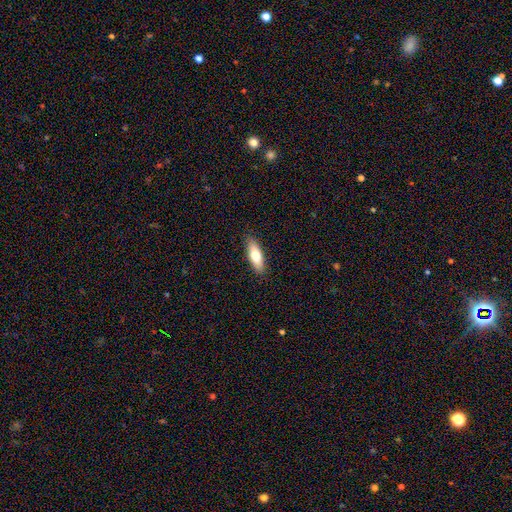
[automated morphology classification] A smooth galaxy with no disk features (69%) that is in between round and cigar-shaped (57%).

Vote fractions:
- Smooth or featured? smooth: 69% / featured or disk: 25% / star or artifact: 6%
- How rounded? in between: 57% / cigar-shaped: 41% / round: 2%
- Merging? none: 89% / minor disturbance: 8% / major disturbance: 2% / merger: 1%